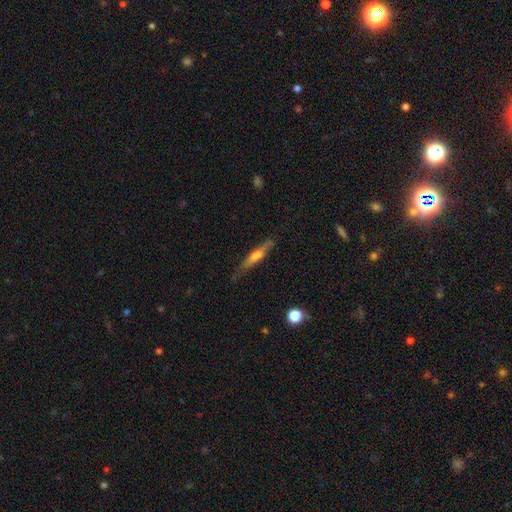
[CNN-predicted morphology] A featured or disk galaxy (50%).

Vote fractions:
- Smooth or featured? featured or disk: 50% / smooth: 44% / star or artifact: 7%
- Merging? none: 74% / minor disturbance: 19% / major disturbance: 5% / merger: 2%